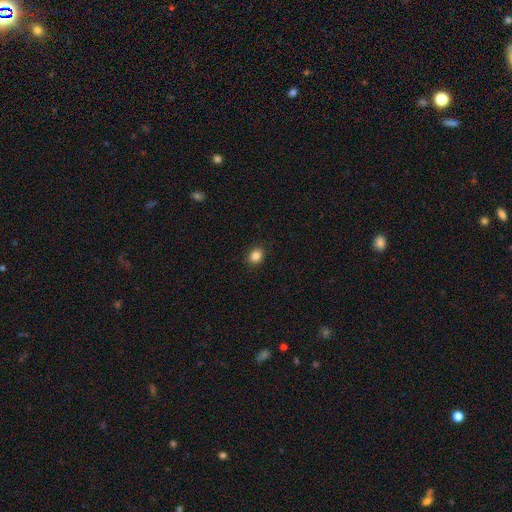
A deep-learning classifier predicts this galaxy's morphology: Smooth or featured? Predicted: smooth (p=0.85). How rounded? Predicted: round (p=0.59). Merging? Predicted: none (p=0.91).